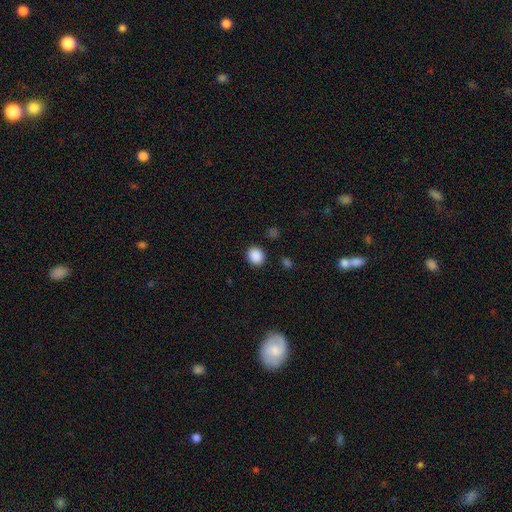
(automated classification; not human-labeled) Overall: smooth (88%). How rounded: round (78%). Merging: none (90%).